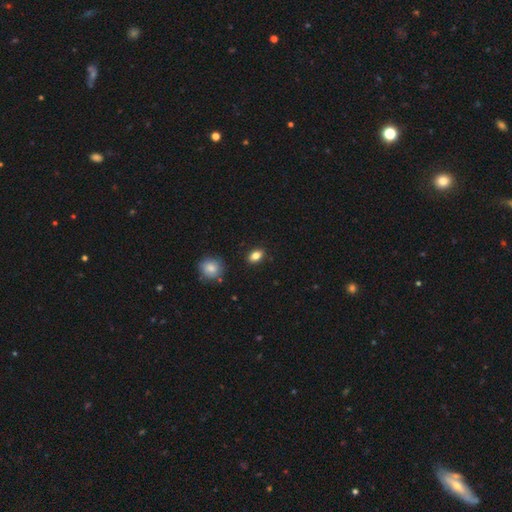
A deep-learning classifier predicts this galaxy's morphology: Overall: smooth (82%). How rounded: in between (80%). Merging: none (88%).